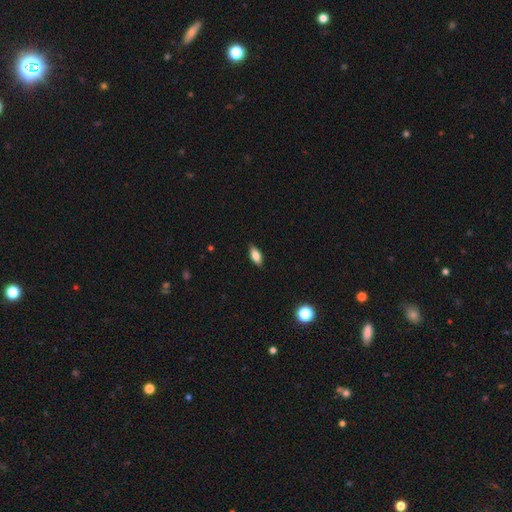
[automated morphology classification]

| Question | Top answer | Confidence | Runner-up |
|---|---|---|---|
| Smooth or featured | smooth | 73% | featured or disk (19%) |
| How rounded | in between | 81% | cigar-shaped (16%) |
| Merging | none | 87% | minor disturbance (10%) |